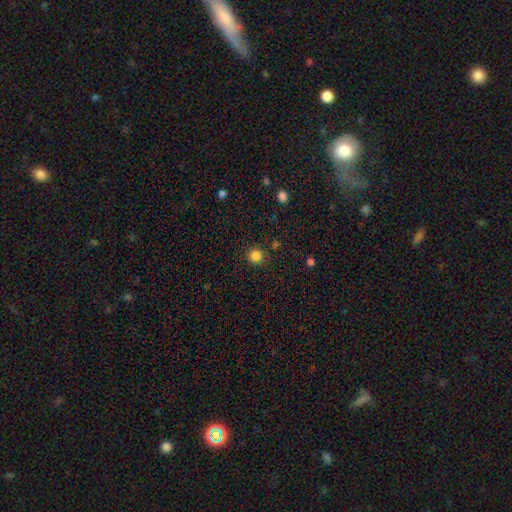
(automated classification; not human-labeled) Q: Smooth or featured?
A: smooth (84%); runner-up: star or artifact (12%)
Q: How rounded?
A: round (94%); runner-up: in between (5%)
Q: Merging?
A: none (90%); runner-up: minor disturbance (6%)